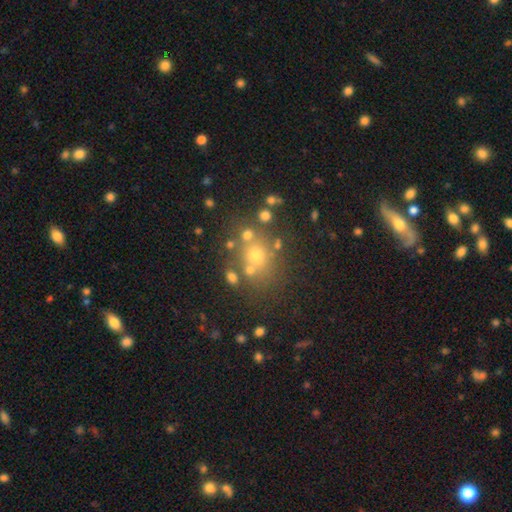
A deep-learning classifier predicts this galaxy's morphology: Smooth or featured? smooth (59%)
How rounded? round (71%)
Merging? none (68%)